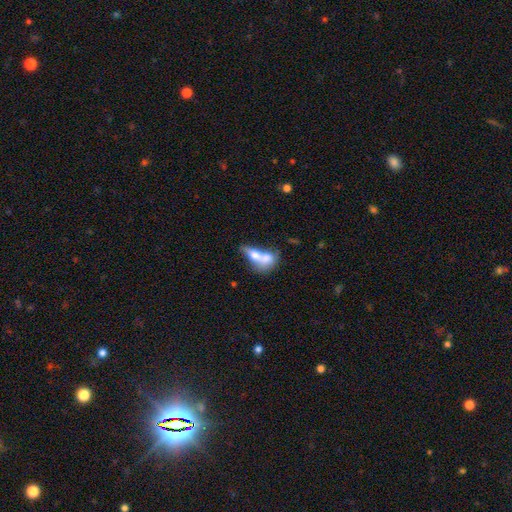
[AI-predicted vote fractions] This is likely a smooth galaxy (63%). How rounded: likely in between (69%). Merging: likely merger (73%).